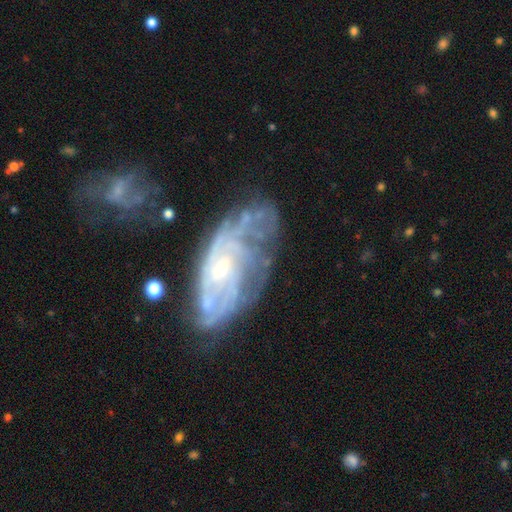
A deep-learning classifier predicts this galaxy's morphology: Q: Smooth or featured?
A: featured or disk (80%); runner-up: smooth (12%)
Q: Edge-on disk?
A: no (94%); runner-up: yes (6%)
Q: Bar?
A: no (68%); runner-up: weak (26%)
Q: Spiral arms?
A: yes (83%); runner-up: no (17%)
Q: Spiral winding?
A: tight (56%); runner-up: medium (32%)
Q: Spiral arm count?
A: can't tell (52%); runner-up: 2 (14%)
Q: Bulge size?
A: small (67%); runner-up: moderate (26%)
Q: Merging?
A: none (53%); runner-up: minor disturbance (23%)